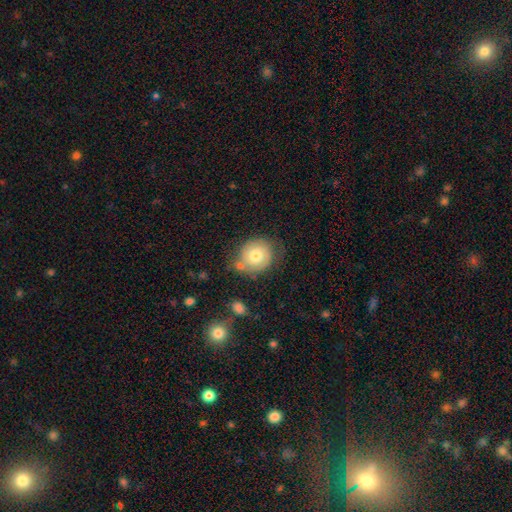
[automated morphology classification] Overall: smooth (66%). How rounded: round (76%). Merging: none (62%).